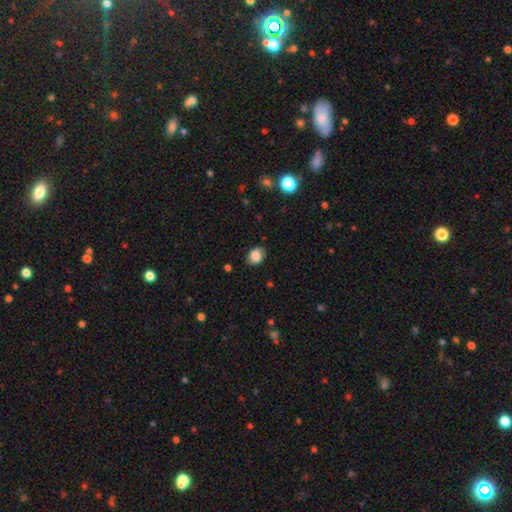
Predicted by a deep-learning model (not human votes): Smooth or featured? Predicted: smooth (p=0.84). How rounded? Predicted: in between (p=0.54). Merging? Predicted: none (p=0.81).